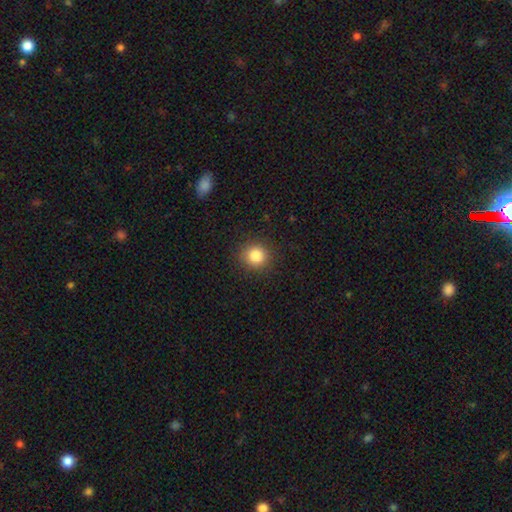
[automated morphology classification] Smooth or featured: smooth — 85% (star or artifact — 11%)
How rounded: round — 90% (in between — 9%)
Merging: none — 90% (minor disturbance — 7%)